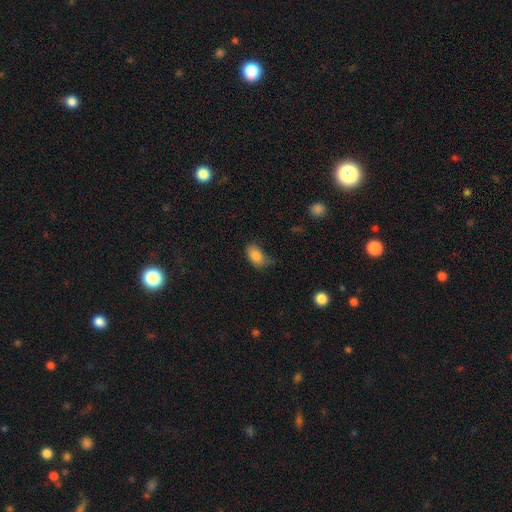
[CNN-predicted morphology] type=smooth (85%); roundness=in between (91%); merging=none (57%).